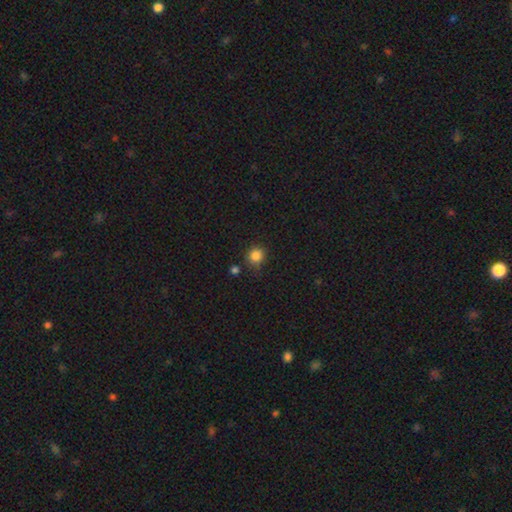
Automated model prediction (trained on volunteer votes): Morphology: type=smooth (85%); roundness=round (89%); merging=none (78%).